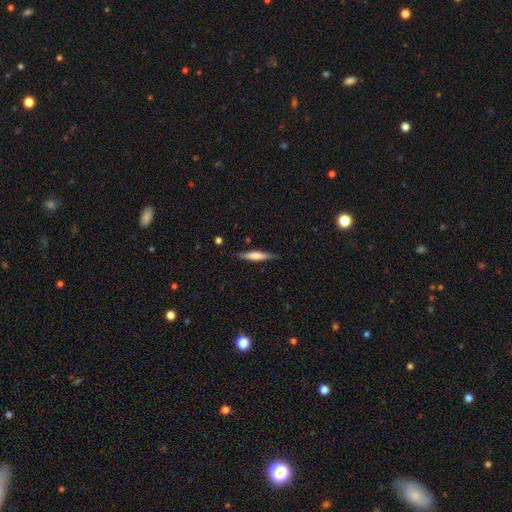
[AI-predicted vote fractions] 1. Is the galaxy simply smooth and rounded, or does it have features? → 48% featured or disk, 46% smooth, 6% star or artifact.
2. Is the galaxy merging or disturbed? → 86% none, 10% minor disturbance, 2% major disturbance, 1% merger.